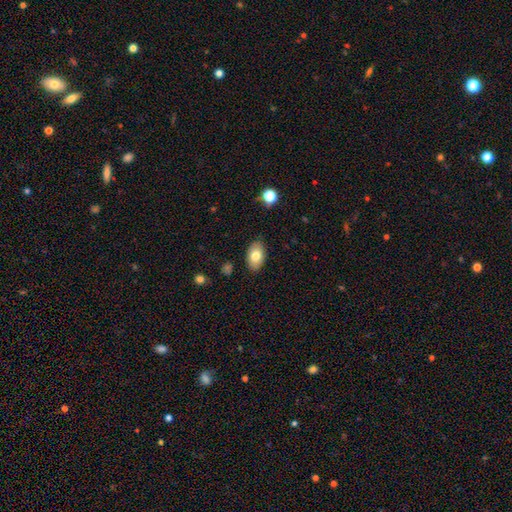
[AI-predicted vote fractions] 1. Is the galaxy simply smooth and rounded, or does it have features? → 79% smooth, 14% featured or disk, 7% star or artifact.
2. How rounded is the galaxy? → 92% in between, 7% round, 1% cigar-shaped.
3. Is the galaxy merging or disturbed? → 87% none, 10% minor disturbance, 2% major disturbance, 1% merger.